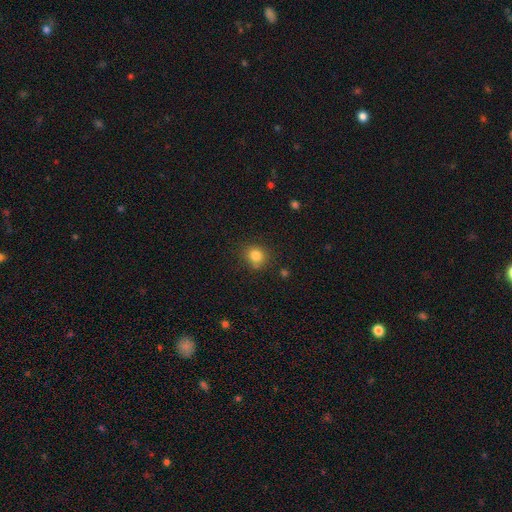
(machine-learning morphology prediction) This is clearly a smooth galaxy (83%). How rounded: clearly round (81%). Merging: likely none (80%).